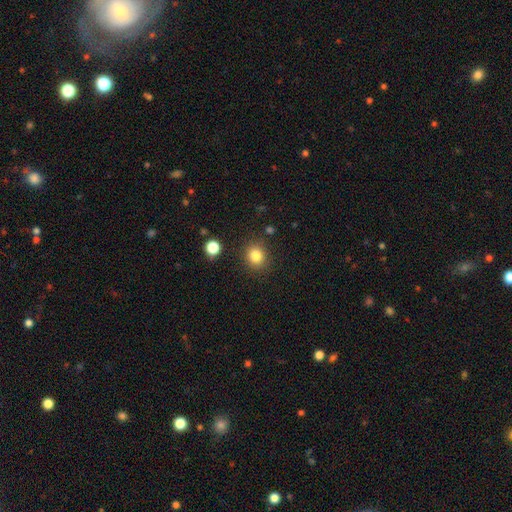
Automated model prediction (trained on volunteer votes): A smooth galaxy with no disk features (83%) that is round (79%). Merging: none (86%).